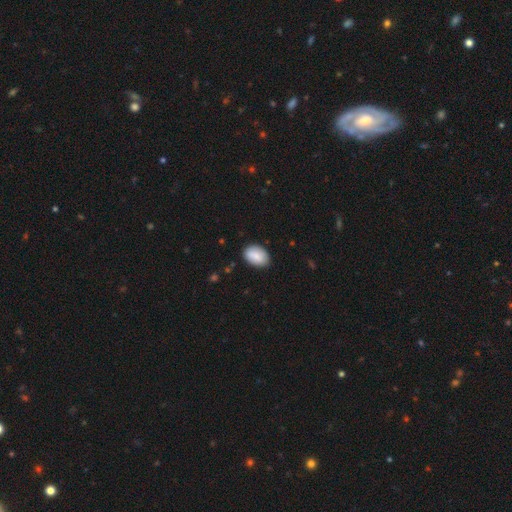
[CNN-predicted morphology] Q: Smooth or featured?
A: smooth (88%); runner-up: star or artifact (6%)
Q: How rounded?
A: in between (88%); runner-up: round (11%)
Q: Merging?
A: none (84%); runner-up: minor disturbance (12%)